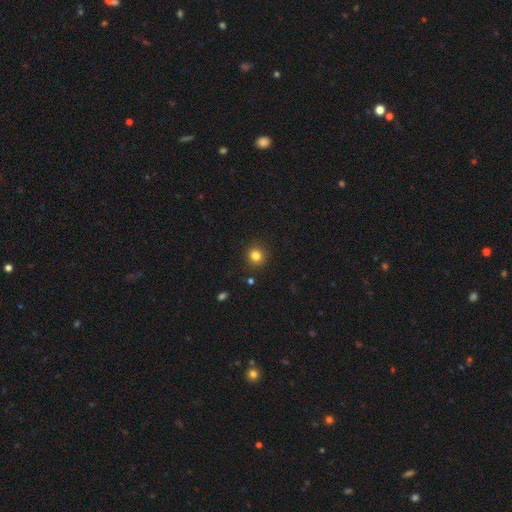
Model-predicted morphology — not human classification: A smooth galaxy with no disk features (82%) that is round (91%).

Vote fractions:
- Smooth or featured? smooth: 82% / star or artifact: 13% / featured or disk: 5%
- How rounded? round: 91% / in between: 8% / cigar-shaped: 1%
- Merging? none: 90% / minor disturbance: 6% / major disturbance: 2% / merger: 2%